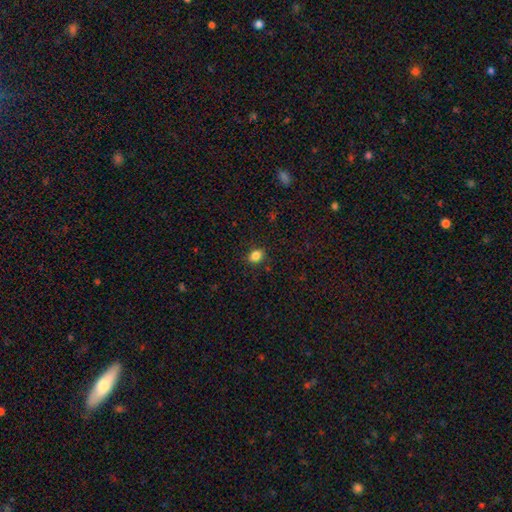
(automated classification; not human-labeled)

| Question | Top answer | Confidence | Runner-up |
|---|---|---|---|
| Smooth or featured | smooth | 85% | star or artifact (11%) |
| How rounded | in between | 52% | round (47%) |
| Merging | none | 87% | minor disturbance (9%) |